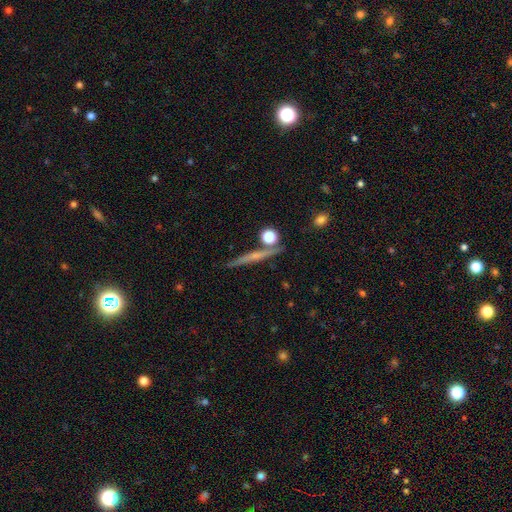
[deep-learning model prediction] Q: Smooth or featured?
A: featured or disk (61%); runner-up: smooth (30%)
Q: Edge-on disk?
A: yes (96%); runner-up: no (4%)
Q: Edge-on bulge?
A: rounded (52%); runner-up: none (40%)
Q: Merging?
A: none (84%); runner-up: minor disturbance (8%)